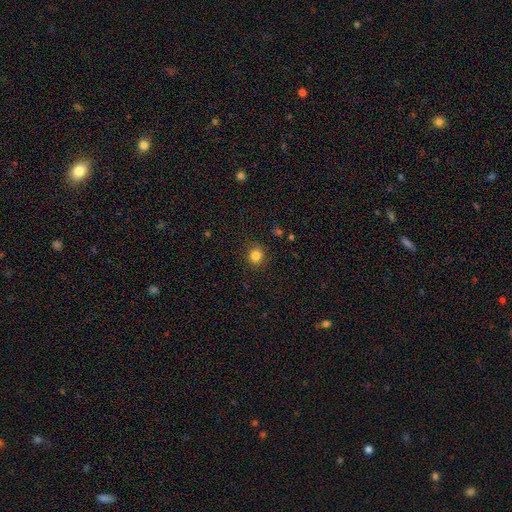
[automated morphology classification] Q: Smooth or featured?
A: smooth (83%); runner-up: star or artifact (12%)
Q: How rounded?
A: round (87%); runner-up: in between (12%)
Q: Merging?
A: none (89%); runner-up: minor disturbance (7%)